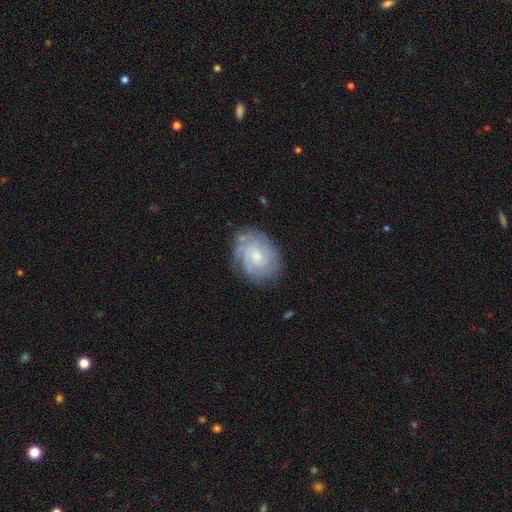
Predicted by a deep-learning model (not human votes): Q: Smooth or featured?
A: featured or disk (79%); runner-up: smooth (15%)
Q: Edge-on disk?
A: no (97%); runner-up: yes (3%)
Q: Bar?
A: no (64%); runner-up: weak (32%)
Q: Spiral arms?
A: yes (95%); runner-up: no (5%)
Q: Spiral winding?
A: tight (70%); runner-up: medium (25%)
Q: Spiral arm count?
A: can't tell (33%); runner-up: 2 (23%)
Q: Bulge size?
A: small (45%); runner-up: moderate (44%)
Q: Merging?
A: none (77%); runner-up: minor disturbance (16%)